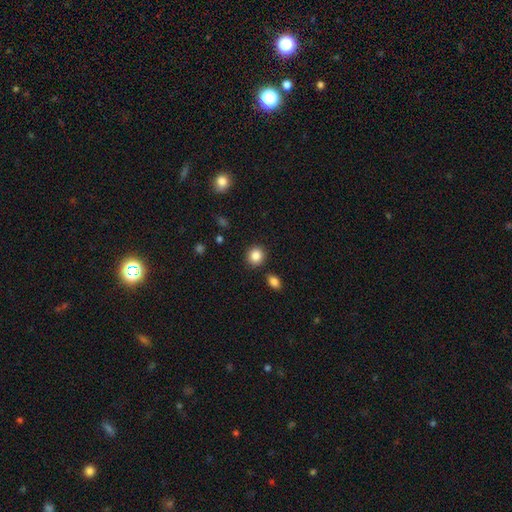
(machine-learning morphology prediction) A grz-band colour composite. It shows a smooth galaxy with no disk features (87%) that is round (84%). Merging: none (86%).